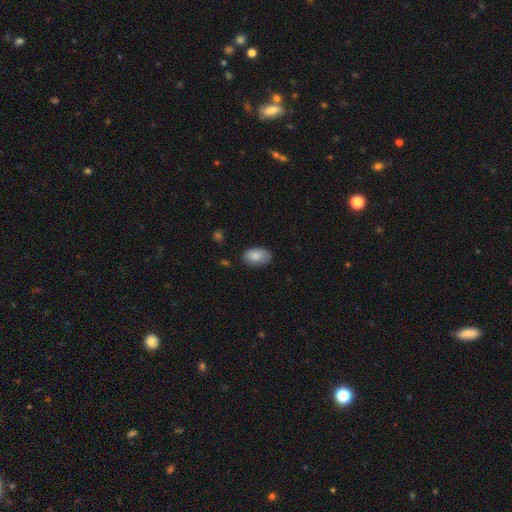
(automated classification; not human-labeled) This is clearly a smooth galaxy (85%). How rounded: clearly in between (93%). Merging: likely none (76%).